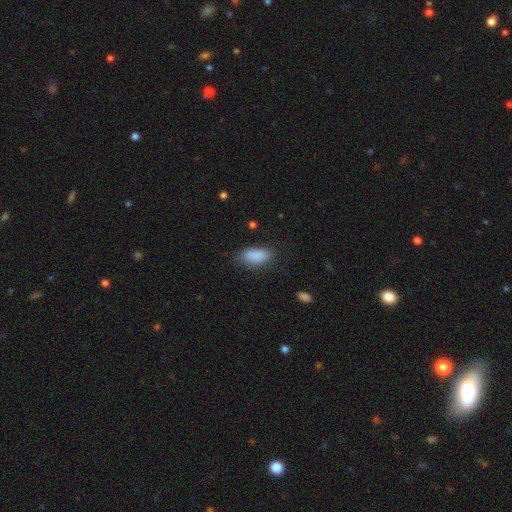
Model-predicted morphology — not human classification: Smooth or featured?
  - smooth: 86% *
  - star or artifact: 8%
  - featured or disk: 7%
How rounded?
  - in between: 85% *
  - cigar-shaped: 12%
  - round: 3%
Merging?
  - none: 66% *
  - minor disturbance: 23%
  - major disturbance: 8%
  - merger: 2%